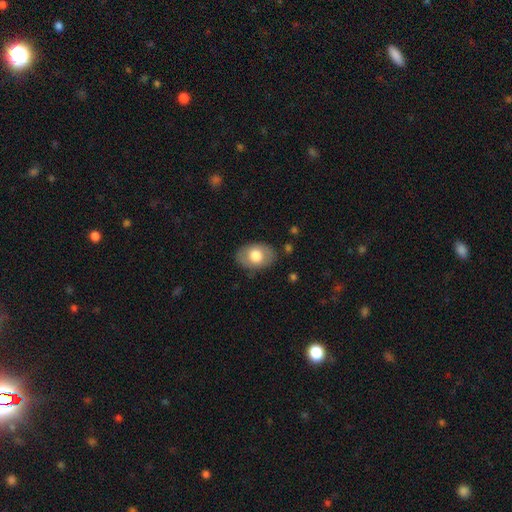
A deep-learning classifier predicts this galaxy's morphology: Q: Smooth or featured?
A: smooth (69%); runner-up: featured or disk (25%)
Q: How rounded?
A: in between (83%); runner-up: round (16%)
Q: Merging?
A: none (81%); runner-up: minor disturbance (13%)